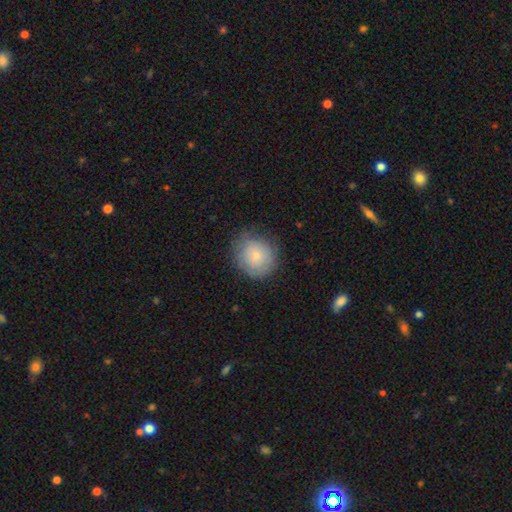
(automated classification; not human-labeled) This is likely a smooth galaxy (79%). How rounded: clearly round (88%). Merging: likely none (75%).